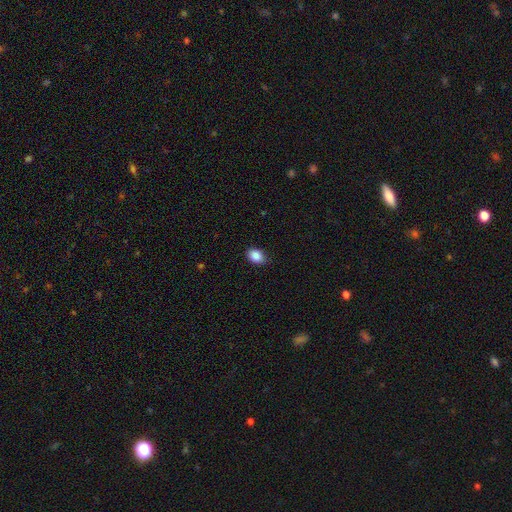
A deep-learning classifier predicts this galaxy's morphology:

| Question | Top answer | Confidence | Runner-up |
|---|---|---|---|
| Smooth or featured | smooth | 88% | star or artifact (8%) |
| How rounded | in between | 77% | round (22%) |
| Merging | none | 83% | minor disturbance (14%) |